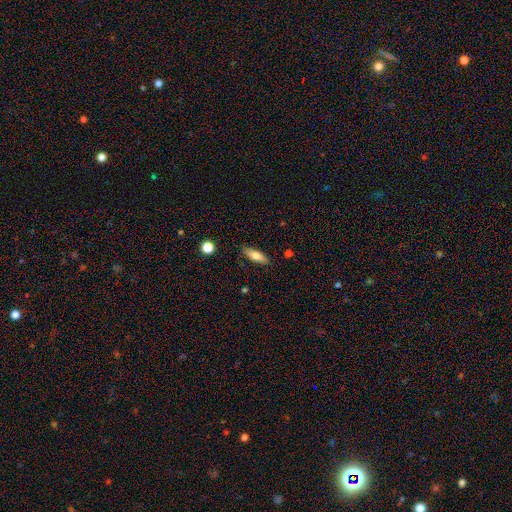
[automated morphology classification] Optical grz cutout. It shows a smooth galaxy with no disk features (71%) that is in between round and cigar-shaped (53%). Merging: none (87%).